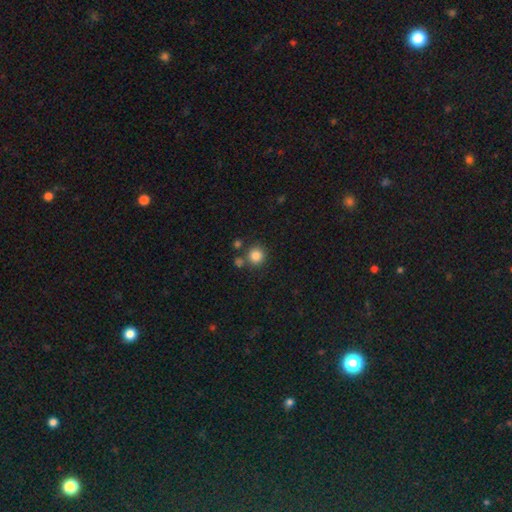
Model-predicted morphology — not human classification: Smooth or featured?
  - smooth: 84% *
  - star or artifact: 11%
  - featured or disk: 5%
How rounded?
  - round: 92% *
  - in between: 7%
  - cigar-shaped: 1%
Merging?
  - none: 76% *
  - merger: 12%
  - minor disturbance: 8%
  - major disturbance: 3%